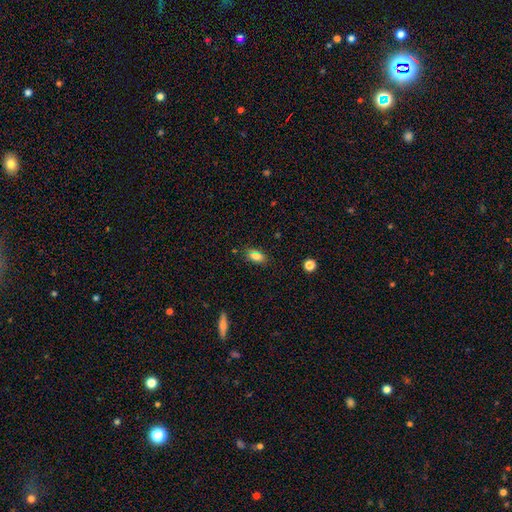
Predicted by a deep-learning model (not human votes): smooth 81%, star or artifact 10%, featured or disk 9%. Down the decision tree: how rounded — in between (86%); merging — none (83%).